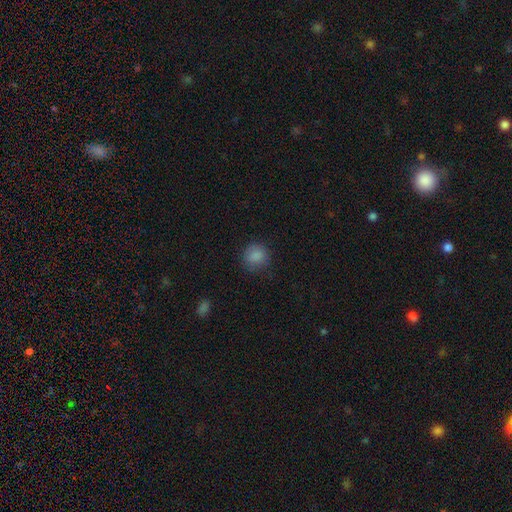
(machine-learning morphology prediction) Smooth or featured: smooth — 85% (star or artifact — 10%)
How rounded: round — 87% (in between — 12%)
Merging: none — 80% (minor disturbance — 15%)